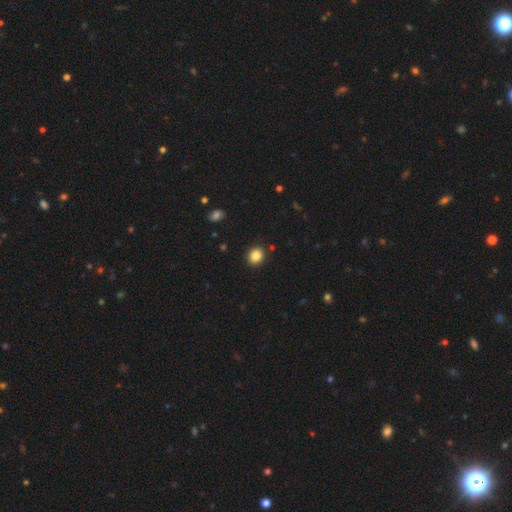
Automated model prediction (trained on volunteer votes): Smooth or featured?
  - smooth: 86% *
  - star or artifact: 10%
  - featured or disk: 4%
How rounded?
  - round: 76% *
  - in between: 23%
  - cigar-shaped: 1%
Merging?
  - none: 90% *
  - minor disturbance: 6%
  - major disturbance: 2%
  - merger: 2%